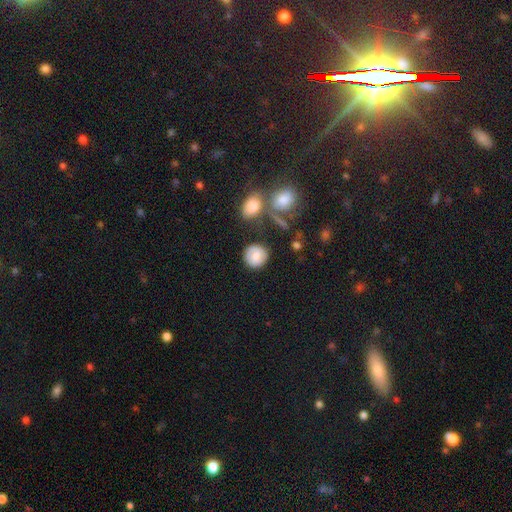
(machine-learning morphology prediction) smooth 74%, featured or disk 18%, star or artifact 8%. Down the decision tree: how rounded — round (87%); merging — none (80%).